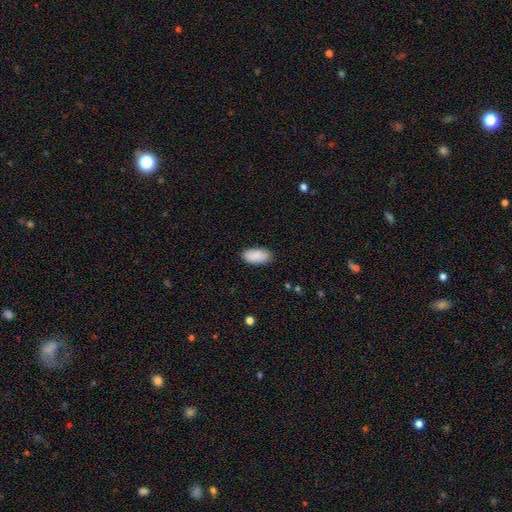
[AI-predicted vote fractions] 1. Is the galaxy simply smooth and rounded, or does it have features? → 89% smooth, 6% star or artifact, 5% featured or disk.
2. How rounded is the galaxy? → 94% in between, 4% cigar-shaped, 2% round.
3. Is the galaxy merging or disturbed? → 82% none, 15% minor disturbance, 3% major disturbance, 1% merger.